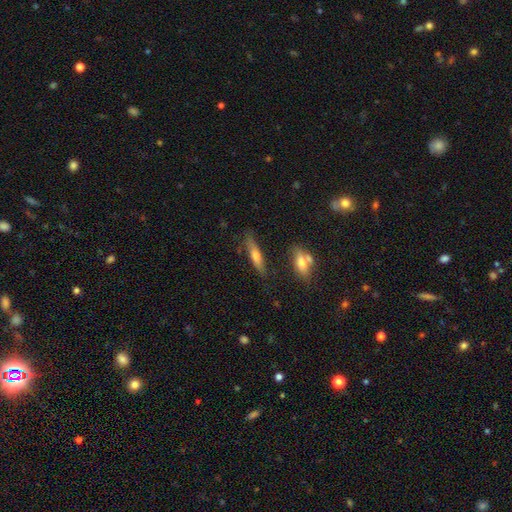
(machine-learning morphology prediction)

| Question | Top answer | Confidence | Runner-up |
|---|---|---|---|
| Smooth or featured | smooth | 58% | featured or disk (34%) |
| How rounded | cigar-shaped | 77% | in between (21%) |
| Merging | none | 75% | minor disturbance (16%) |